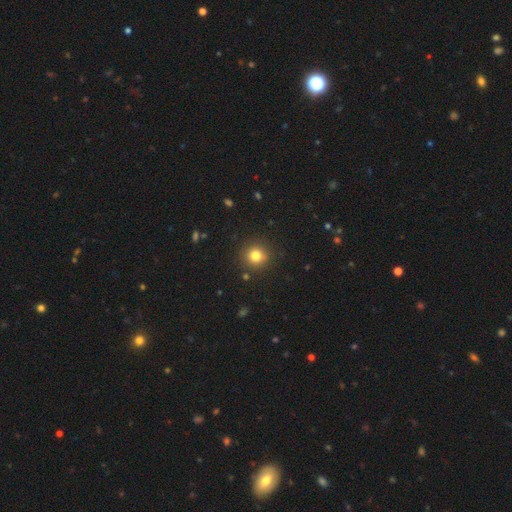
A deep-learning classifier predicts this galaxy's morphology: Q: Smooth or featured?
A: smooth (80%); runner-up: star or artifact (13%)
Q: How rounded?
A: round (92%); runner-up: in between (7%)
Q: Merging?
A: none (89%); runner-up: minor disturbance (7%)